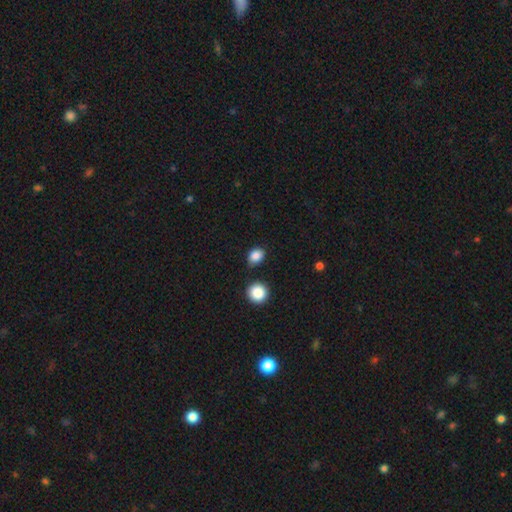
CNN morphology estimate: type=smooth (85%); roundness=round (50%); merging=none (74%).